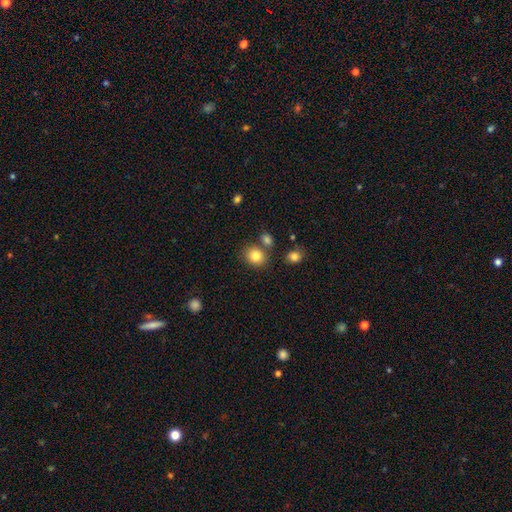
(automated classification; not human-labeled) Smooth or featured: smooth — 83% (star or artifact — 10%)
How rounded: round — 68% (in between — 31%)
Merging: none — 72% (merger — 14%)